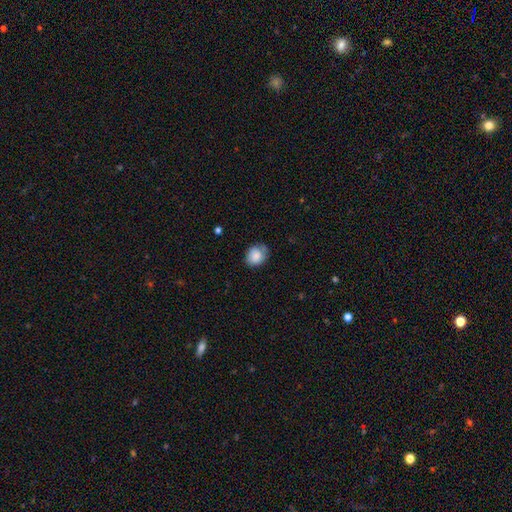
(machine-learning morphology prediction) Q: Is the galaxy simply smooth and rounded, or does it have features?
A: smooth — 82%.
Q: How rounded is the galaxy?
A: round — 58%.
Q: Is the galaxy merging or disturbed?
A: none — 62%.